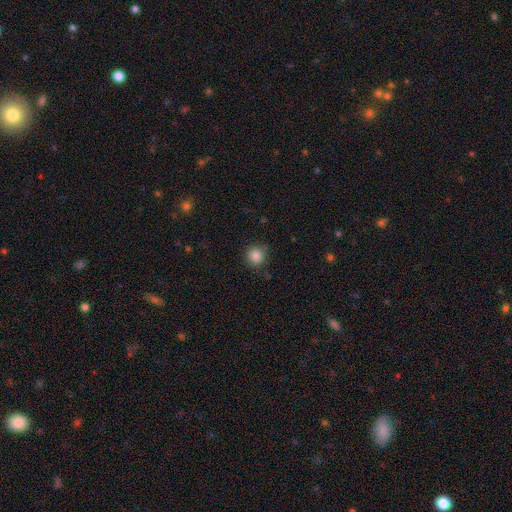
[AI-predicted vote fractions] Smooth or featured? smooth (85%)
How rounded? round (92%)
Merging? none (84%)